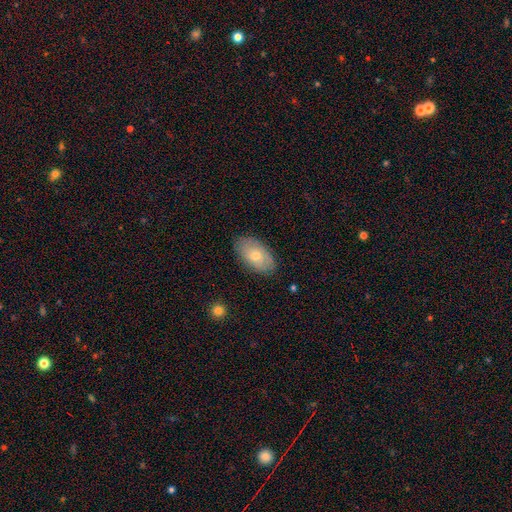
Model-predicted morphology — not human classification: smooth_or_featured: smooth (p=0.61) [alt: featured or disk p=0.31]
how_rounded: in between (p=0.93) [alt: round p=0.04]
merging: none (p=0.84) [alt: minor disturbance p=0.12]